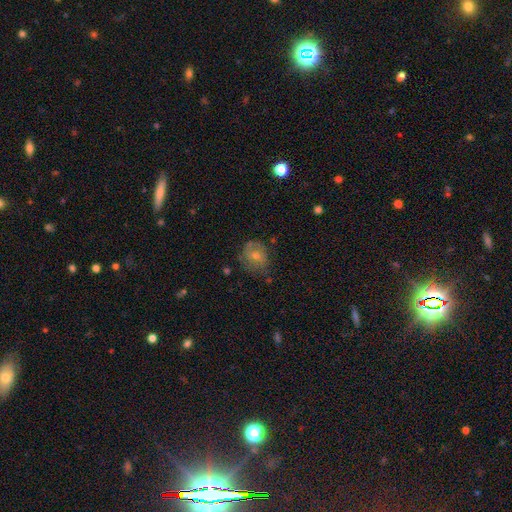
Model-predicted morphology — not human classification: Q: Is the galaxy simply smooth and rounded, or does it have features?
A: featured or disk — 43%.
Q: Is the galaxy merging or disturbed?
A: none — 69%.